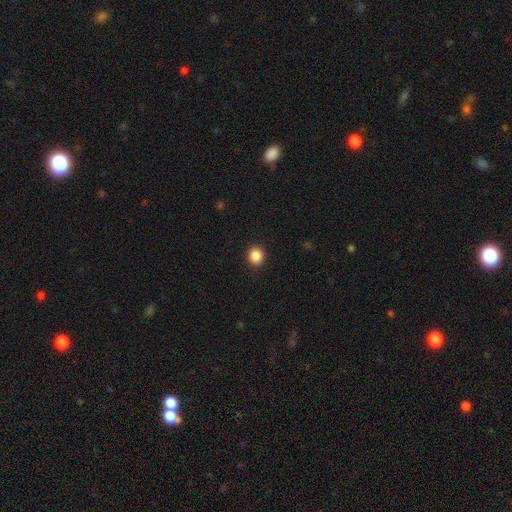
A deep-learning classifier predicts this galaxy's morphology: Smooth or featured? Predicted: smooth (p=0.87). How rounded? Predicted: round (p=0.78). Merging? Predicted: none (p=0.91).